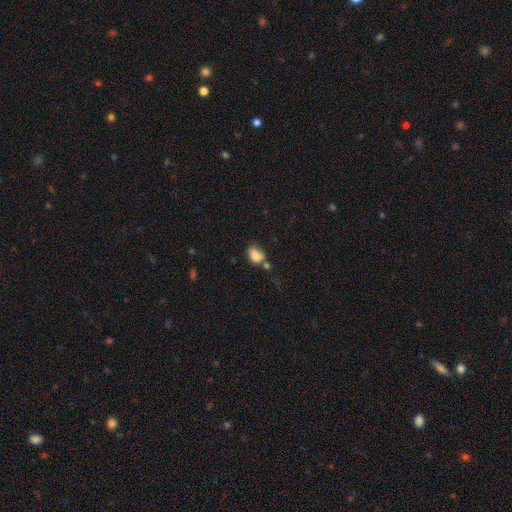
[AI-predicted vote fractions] smooth_or_featured: smooth (p=0.82) [alt: star or artifact p=0.09]
how_rounded: in between (p=0.75) [alt: round p=0.24]
merging: none (p=0.45) [alt: minor disturbance p=0.23]